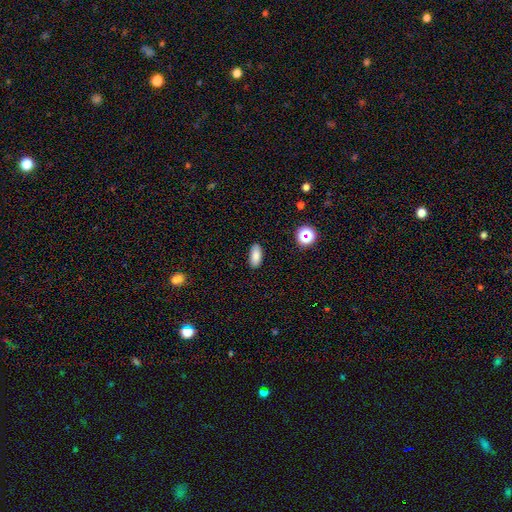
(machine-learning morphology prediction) The model was most divided on "smooth or featured": smooth: 84%, star or artifact: 10%, featured or disk: 6%. More confident: how rounded — in between (88%); merging — none (88%).